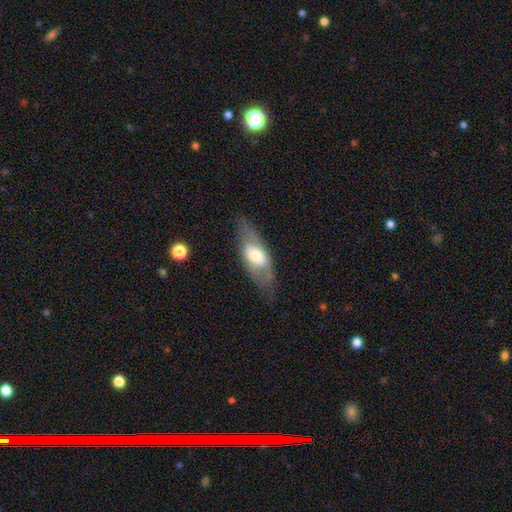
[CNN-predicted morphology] A smooth galaxy with no disk features (47%).

Vote fractions:
- Smooth or featured? smooth: 47% / featured or disk: 46% / star or artifact: 7%
- Merging? none: 67% / minor disturbance: 20% / major disturbance: 11% / merger: 2%